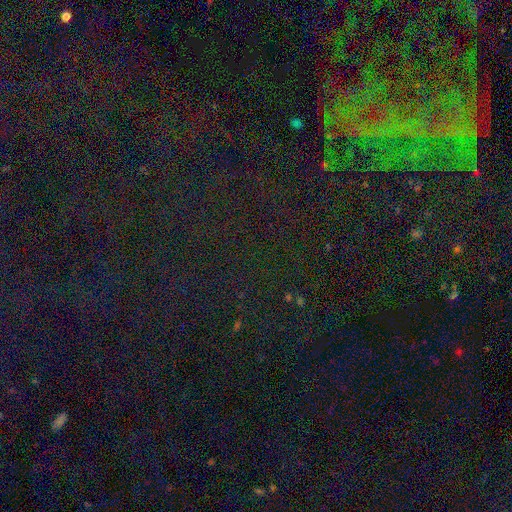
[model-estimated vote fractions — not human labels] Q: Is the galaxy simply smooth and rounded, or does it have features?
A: star or artifact — 77%.